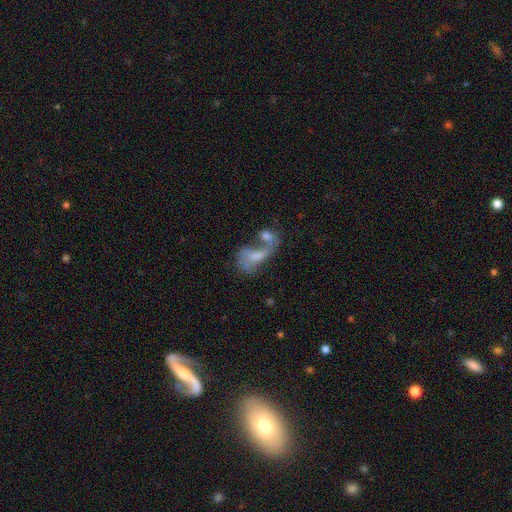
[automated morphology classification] Q: Smooth or featured?
A: featured or disk (55%); runner-up: smooth (30%)
Q: Edge-on disk?
A: no (94%); runner-up: yes (6%)
Q: Bar?
A: no (62%); runner-up: weak (30%)
Q: Spiral arms?
A: yes (61%); runner-up: no (39%)
Q: Bulge size?
A: moderate (34%); runner-up: small (31%)
Q: Merging?
A: merger (60%); runner-up: none (18%)